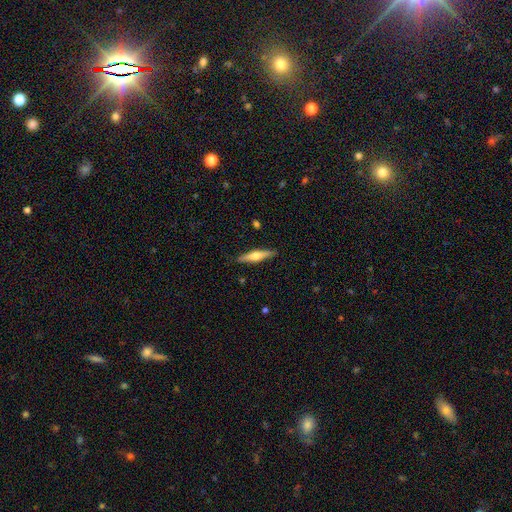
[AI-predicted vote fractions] A featured or disk galaxy (56%) viewed edge-on (96%) with a rounded central bulge (92%).

Vote fractions:
- Smooth or featured? featured or disk: 56% / smooth: 38% / star or artifact: 5%
- Edge-on disk? yes: 96% / no: 4%
- Edge-on bulge? rounded: 92% / boxy: 4% / none: 4%
- Merging? none: 89% / minor disturbance: 8% / major disturbance: 2% / merger: 1%